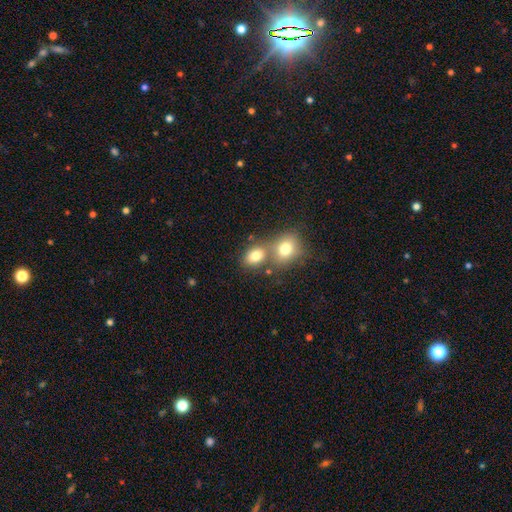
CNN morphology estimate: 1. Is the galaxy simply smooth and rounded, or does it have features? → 79% smooth, 10% featured or disk, 10% star or artifact.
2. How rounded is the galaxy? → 63% in between, 36% round, 1% cigar-shaped.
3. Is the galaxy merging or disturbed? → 45% merger, 42% none, 9% minor disturbance, 3% major disturbance.